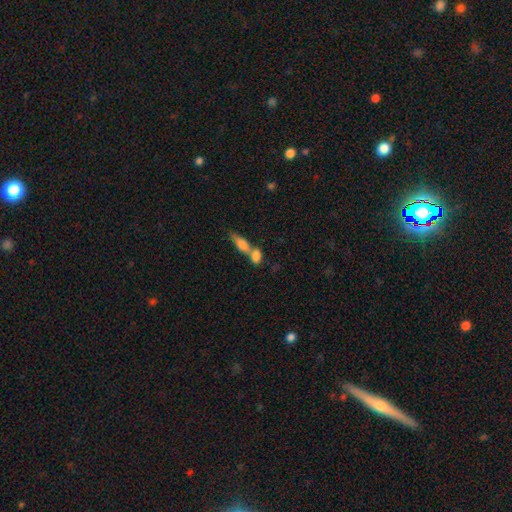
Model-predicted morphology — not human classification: Smooth or featured?
  - smooth: 76% *
  - featured or disk: 16%
  - star or artifact: 8%
How rounded?
  - in between: 72% *
  - cigar-shaped: 19%
  - round: 9%
Merging?
  - merger: 68% *
  - none: 22%
  - minor disturbance: 6%
  - major disturbance: 4%